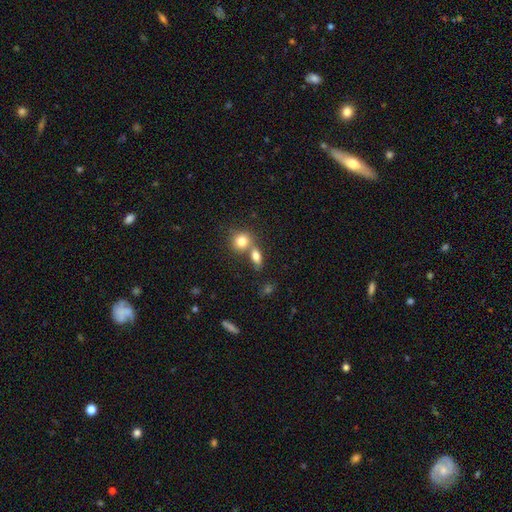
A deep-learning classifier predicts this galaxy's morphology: Smooth or featured: smooth — 79% (featured or disk — 11%)
How rounded: in between — 67% (round — 26%)
Merging: none — 45% (merger — 41%)